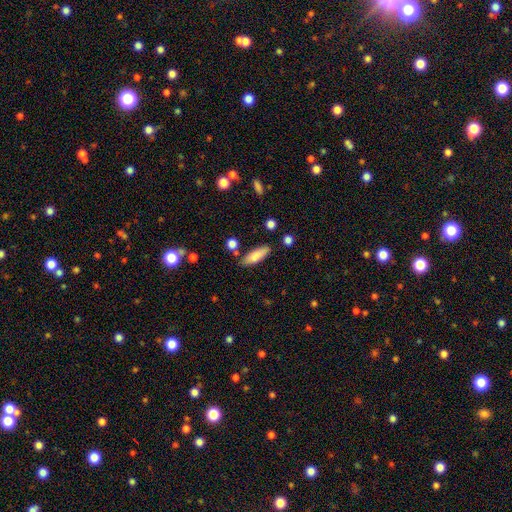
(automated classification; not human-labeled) The model was most divided on "how rounded": in between: 54%, cigar-shaped: 44%, round: 2%. More confident: smooth or featured — smooth (84%); merging — none (79%).